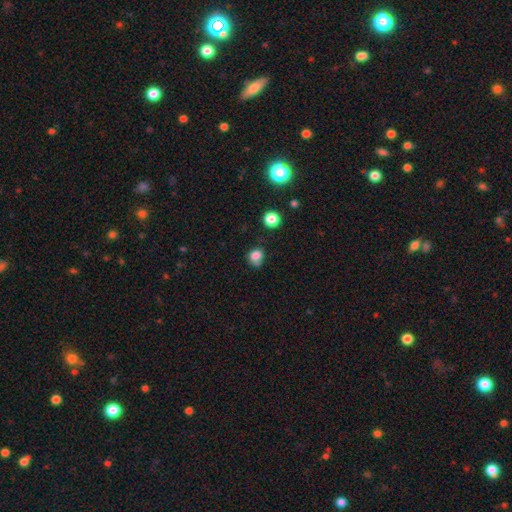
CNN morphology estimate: type=smooth (81%); roundness=round (70%); merging=none (51%).